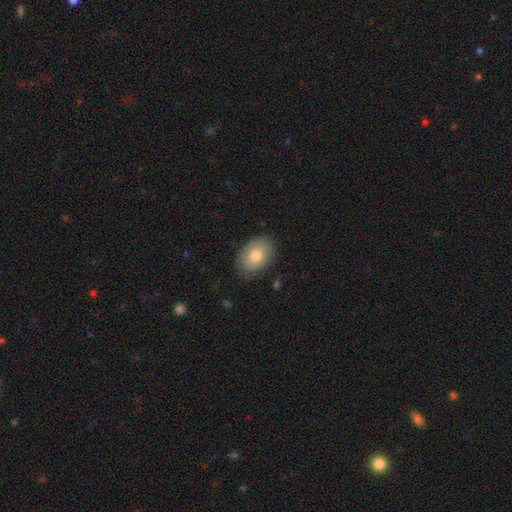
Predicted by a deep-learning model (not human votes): smooth 77%, featured or disk 16%, star or artifact 7%. Down the decision tree: how rounded — in between (82%); merging — none (82%).